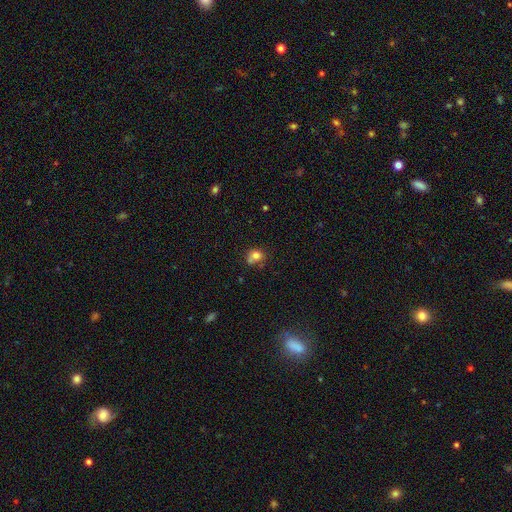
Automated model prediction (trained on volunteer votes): Morphology: type=smooth (76%); roundness=round (72%); merging=none (49%).